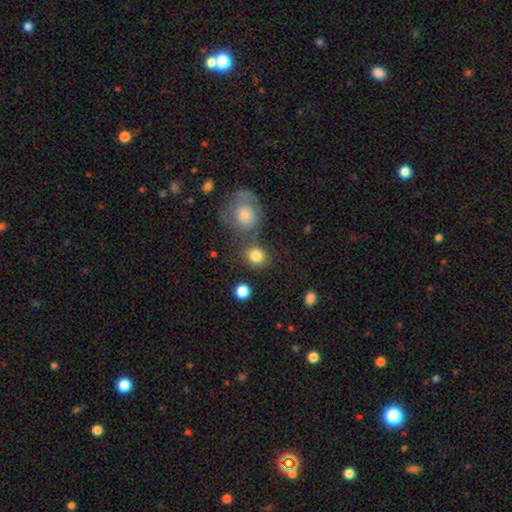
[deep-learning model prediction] A smooth galaxy with no disk features (83%) that is round (74%).

Vote fractions:
- Smooth or featured? smooth: 83% / star or artifact: 10% / featured or disk: 7%
- How rounded? round: 74% / in between: 25% / cigar-shaped: 1%
- Merging? none: 68% / merger: 16% / minor disturbance: 11% / major disturbance: 5%